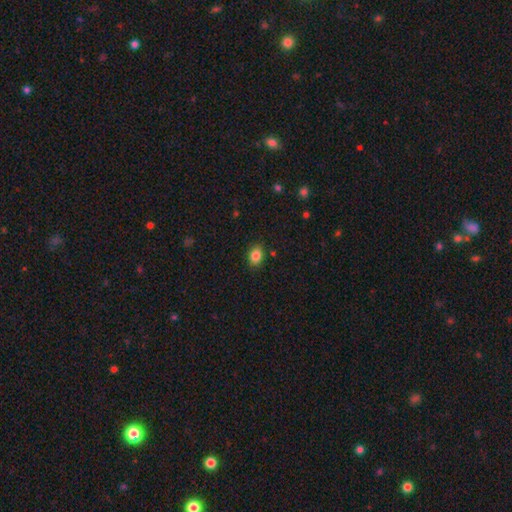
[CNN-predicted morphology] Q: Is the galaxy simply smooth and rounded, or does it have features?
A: smooth — 85%.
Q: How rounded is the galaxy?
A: in between — 71%.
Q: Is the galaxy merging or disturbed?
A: none — 87%.